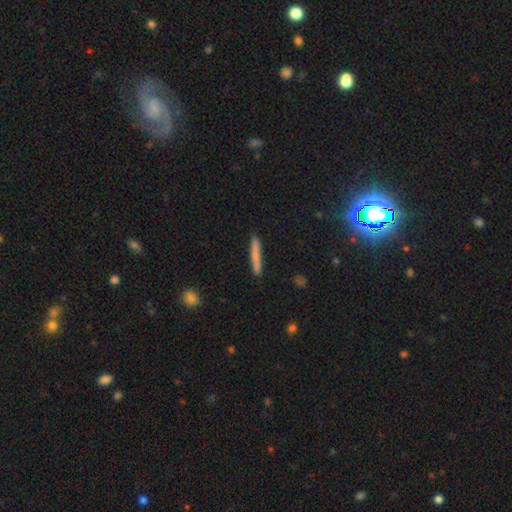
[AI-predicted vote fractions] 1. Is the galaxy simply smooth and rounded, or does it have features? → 74% smooth, 19% featured or disk, 7% star or artifact.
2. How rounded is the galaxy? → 95% cigar-shaped, 4% in between, 1% round.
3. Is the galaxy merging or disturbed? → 88% none, 9% minor disturbance, 2% major disturbance, 2% merger.